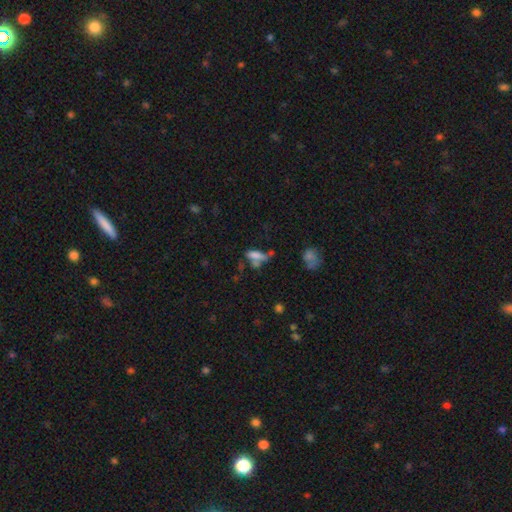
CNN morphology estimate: smooth_or_featured: smooth (p=0.64) [alt: featured or disk p=0.22]
how_rounded: in between (p=0.60) [alt: cigar-shaped p=0.36]
merging: none (p=0.32) [alt: merger p=0.30]